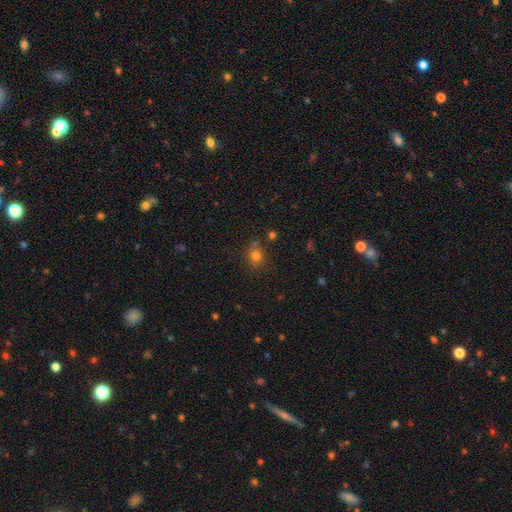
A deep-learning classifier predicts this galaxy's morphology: This appears to be a smooth galaxy with no disk features (76%) that is round (75%). Merging: none (74%).